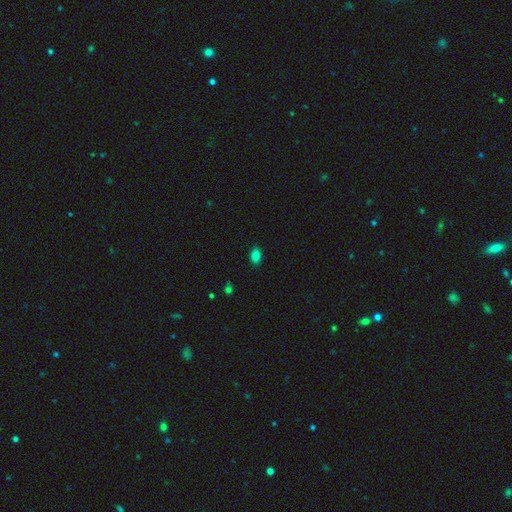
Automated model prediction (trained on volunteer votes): Overall: smooth (83%). How rounded: in between (81%). Merging: none (88%).